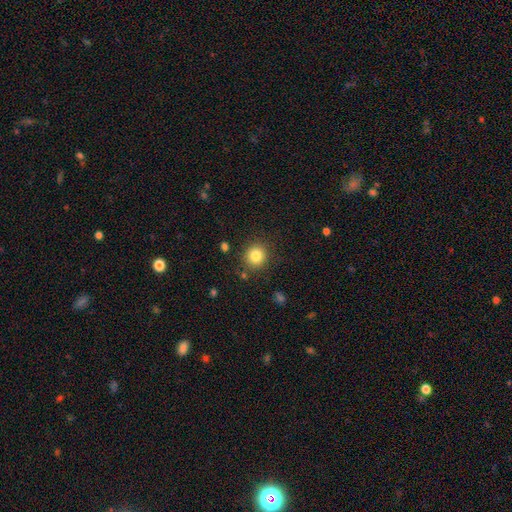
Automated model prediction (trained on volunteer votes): A smooth galaxy with no disk features (83%) that is round (88%). Merging: none (86%).